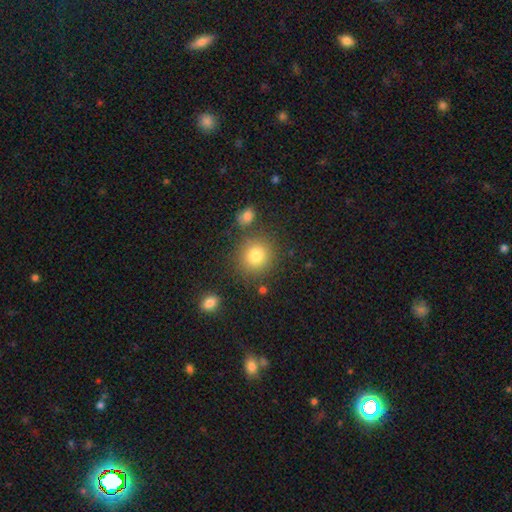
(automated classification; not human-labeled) Morphology: type=smooth (81%); roundness=round (88%); merging=none (80%).